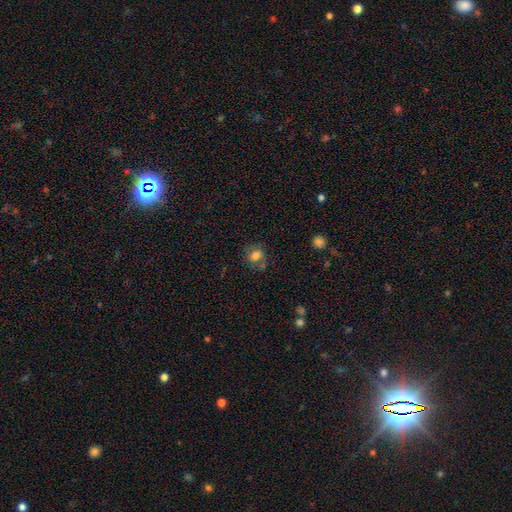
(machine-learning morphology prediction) Smooth or featured?
  - smooth: 73% *
  - featured or disk: 15%
  - star or artifact: 12%
How rounded?
  - round: 53% *
  - in between: 46%
  - cigar-shaped: 1%
Merging?
  - none: 64% *
  - minor disturbance: 18%
  - merger: 11%
  - major disturbance: 7%